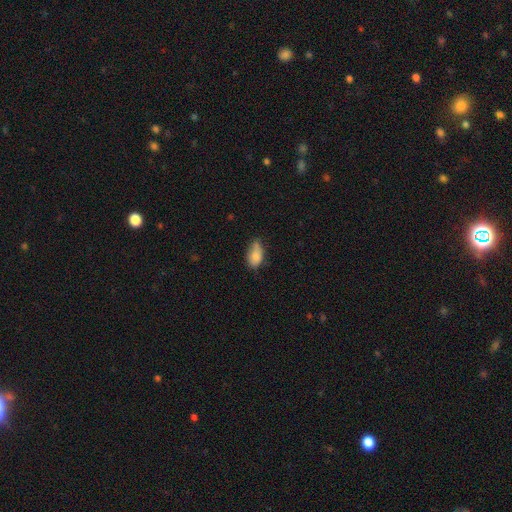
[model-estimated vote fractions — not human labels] Smooth or featured? Predicted: smooth (p=0.81). How rounded? Predicted: in between (p=0.91). Merging? Predicted: none (p=0.45).